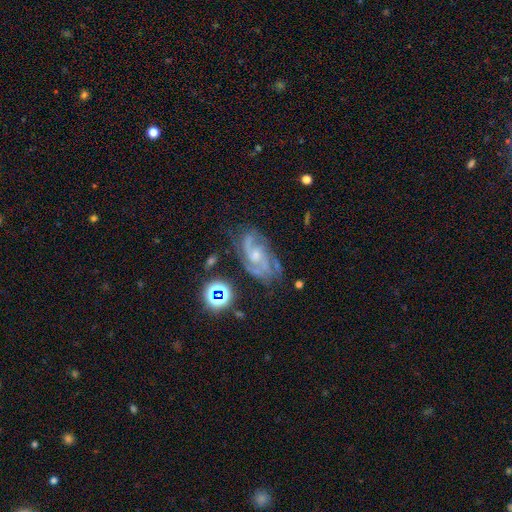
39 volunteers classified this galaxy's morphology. A featured or disk galaxy (87%) with a weak bar (47%), 3 (42%) medium (64%) spiral arms (97%) and a small central bulge (74%).

Vote fractions:
- Smooth or featured? featured or disk: 87% / star or artifact: 8% / smooth: 5%
- Edge-on disk? no: 100% / yes: 0%
- Bar? weak: 47% / no: 44% / strong: 9%
- Spiral arms? yes: 97% / no: 3%
- Spiral winding? medium: 64% / tight: 36% / loose: 0%
- Spiral arm count? 3: 42% / 2: 36% / can't tell: 12% / 4: 6% / more than 4: 3% / 1: 0%
- Bulge size? small: 74% / moderate: 21% / dominant: 3% / none: 3% / large: 0%
- Merging? none: 64% / minor disturbance: 25% / major disturbance: 8% / merger: 3%